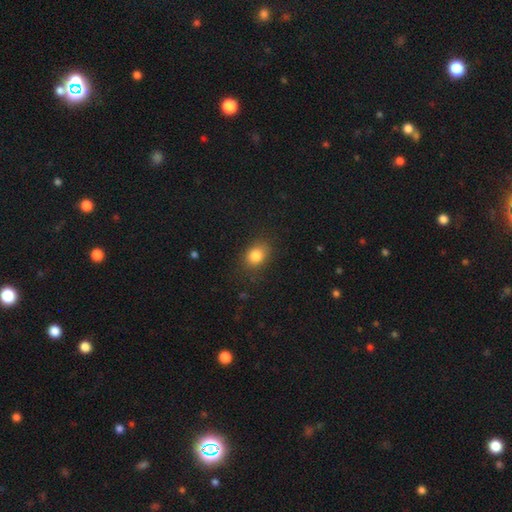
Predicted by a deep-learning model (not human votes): Q: Smooth or featured?
A: smooth (83%); runner-up: star or artifact (10%)
Q: How rounded?
A: in between (60%); runner-up: round (39%)
Q: Merging?
A: none (82%); runner-up: minor disturbance (12%)